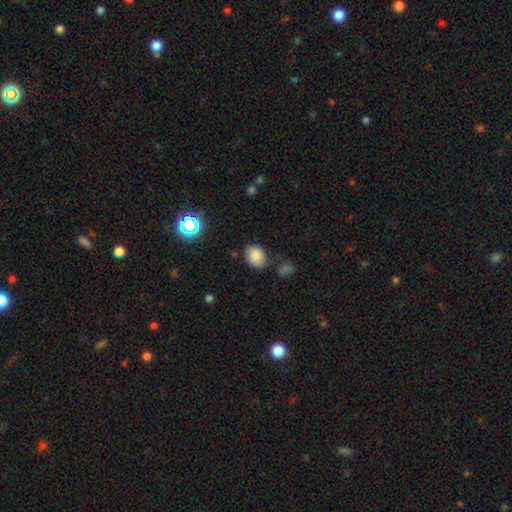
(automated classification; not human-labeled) smooth_or_featured: smooth (p=0.82) [alt: star or artifact p=0.10]
how_rounded: in between (p=0.63) [alt: round p=0.36]
merging: none (p=0.71) [alt: minor disturbance p=0.19]